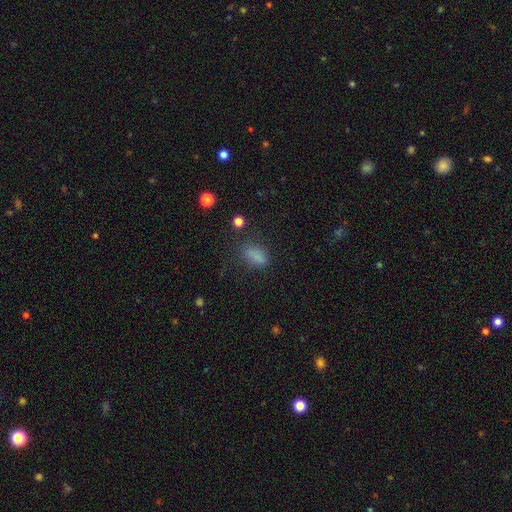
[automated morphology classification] Overall: smooth (80%). How rounded: in between (81%). Merging: none (68%).